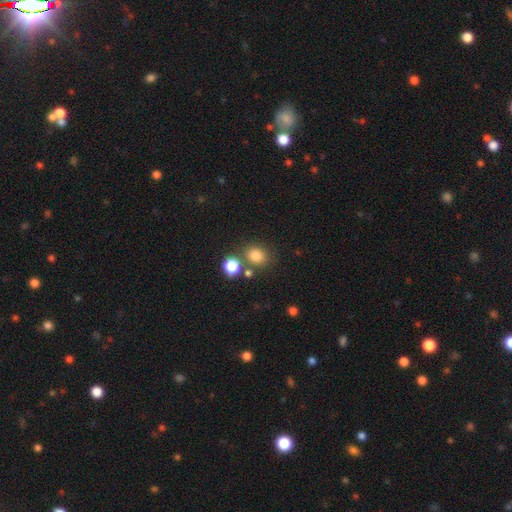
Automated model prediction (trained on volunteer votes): A smooth galaxy with no disk features (80%) that is round (66%).

Vote fractions:
- Smooth or featured? smooth: 80% / star or artifact: 13% / featured or disk: 6%
- How rounded? round: 66% / in between: 33% / cigar-shaped: 1%
- Merging? none: 69% / merger: 17% / minor disturbance: 11% / major disturbance: 4%